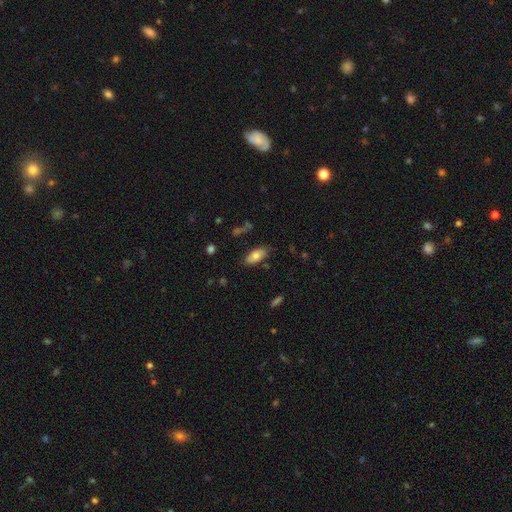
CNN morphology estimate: type=smooth (74%); roundness=in between (88%); merging=none (79%).